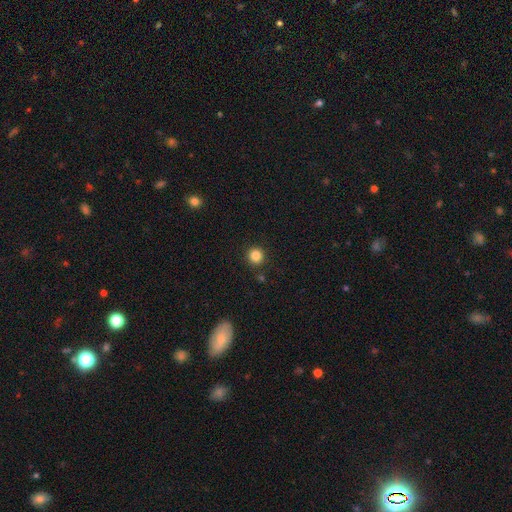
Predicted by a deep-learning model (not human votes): Smooth or featured? smooth (85%)
How rounded? round (94%)
Merging? none (90%)